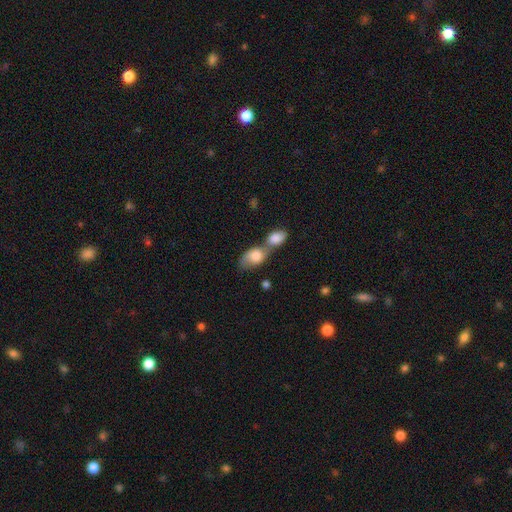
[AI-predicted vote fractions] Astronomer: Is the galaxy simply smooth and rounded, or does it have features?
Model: smooth — 76%.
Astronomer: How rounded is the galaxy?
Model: in between — 81%.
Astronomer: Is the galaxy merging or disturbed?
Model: merger — 73%.